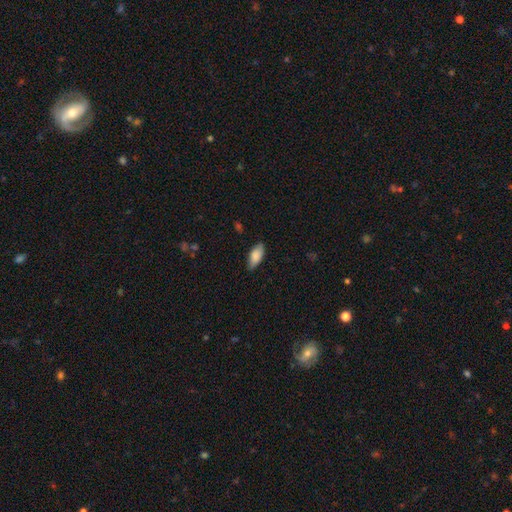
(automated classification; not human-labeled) Smooth or featured? smooth (83%)
How rounded? in between (86%)
Merging? none (80%)